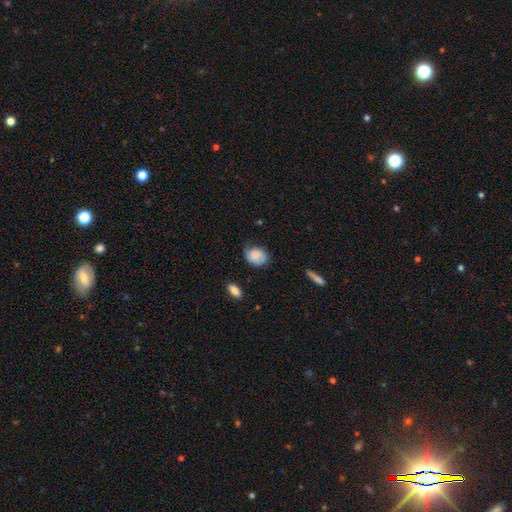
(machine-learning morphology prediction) Smooth or featured? smooth (76%)
How rounded? in between (52%)
Merging? none (50%)